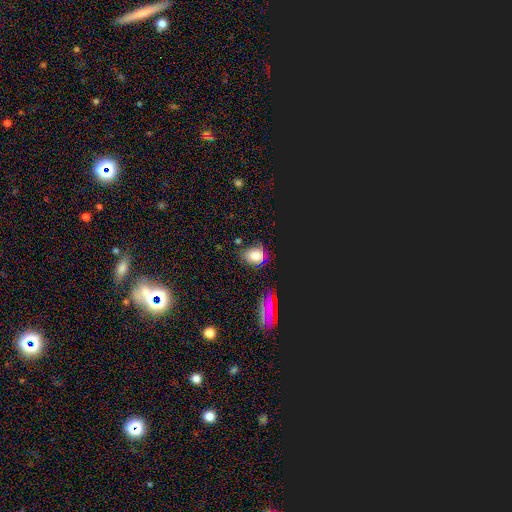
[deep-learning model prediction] smooth 58%, star or artifact 30%, featured or disk 13%. Down the decision tree: how rounded — round (54%); merging — none (77%).